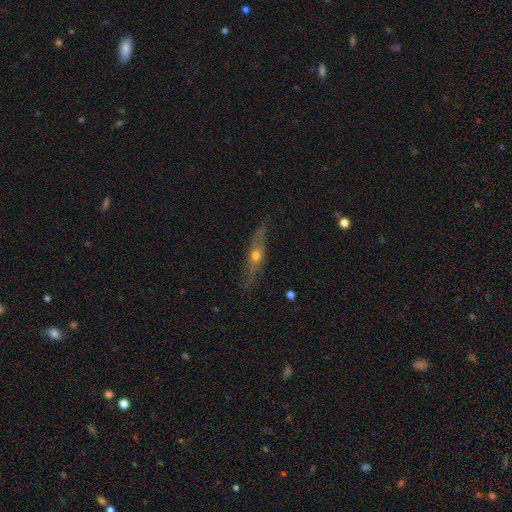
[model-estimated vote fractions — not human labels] This appears to be a featured or disk galaxy (55%) viewed edge-on (75%). Merging: none (77%).